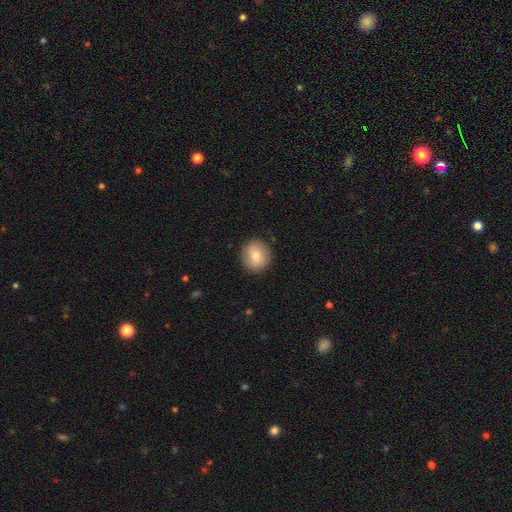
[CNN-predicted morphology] This is likely a smooth galaxy (79%). How rounded: clearly round (82%). Merging: clearly none (89%).